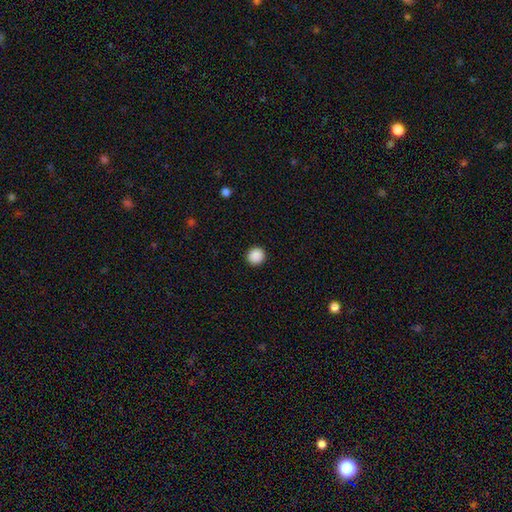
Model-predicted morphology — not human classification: A smooth galaxy with no disk features (90%) that is round (92%). Merging: none (93%).